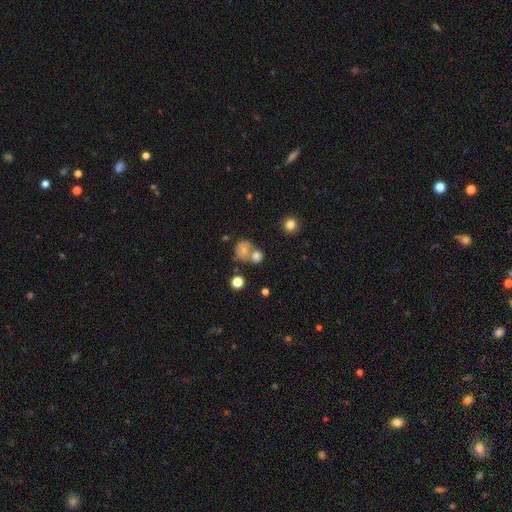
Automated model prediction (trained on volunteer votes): A smooth galaxy with no disk features (66%) that is round (76%). Merging: merger (47%).